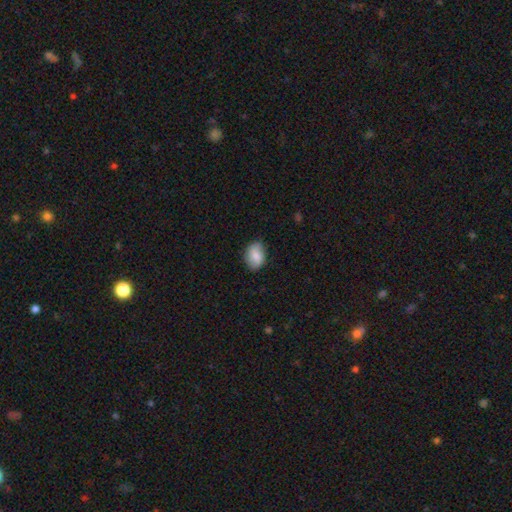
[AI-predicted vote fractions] This is likely a smooth galaxy (75%). How rounded: likely in between (79%). Merging: likely none (77%).